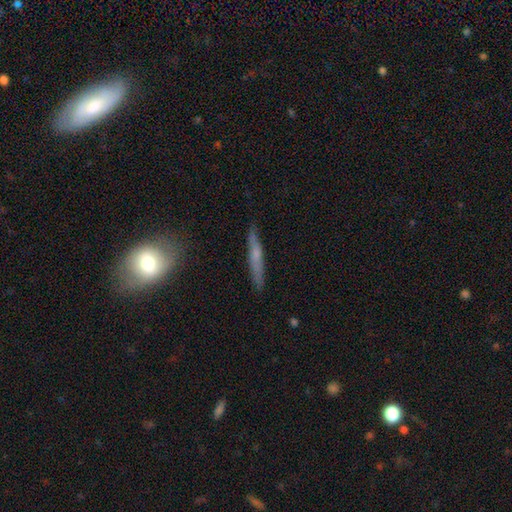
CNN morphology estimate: A smooth galaxy with no disk features (46%, tied with featured or disk). Merging: none (85%).